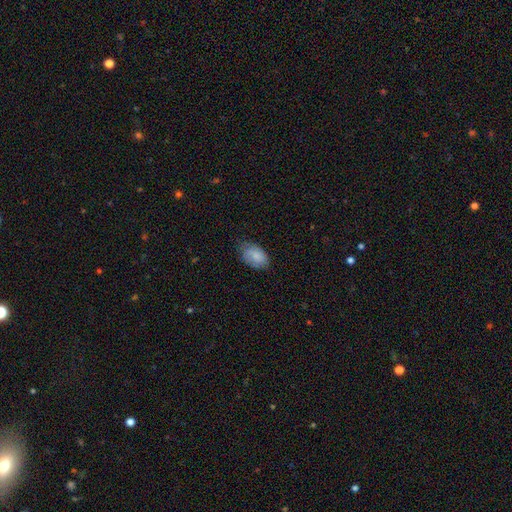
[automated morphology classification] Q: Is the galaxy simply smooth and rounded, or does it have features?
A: smooth — 81%.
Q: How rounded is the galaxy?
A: in between — 90%.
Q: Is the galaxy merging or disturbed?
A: none — 66%.